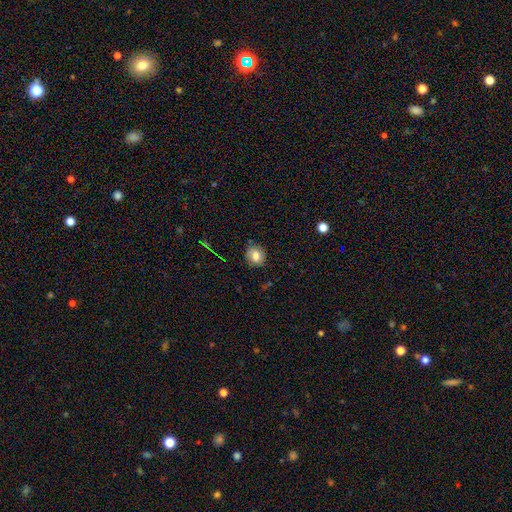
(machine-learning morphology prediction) This is likely a smooth galaxy (76%). How rounded: likely round (71%). Merging: clearly none (82%).